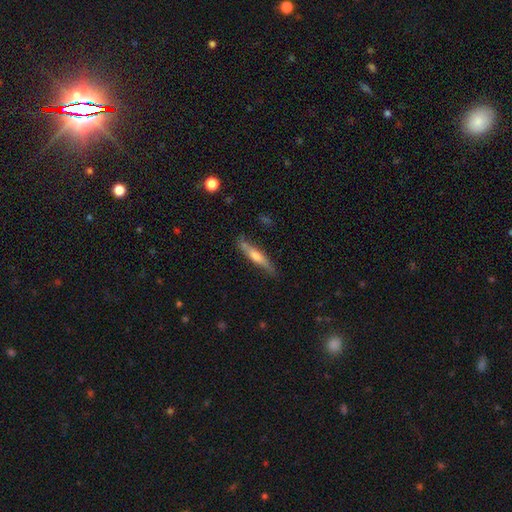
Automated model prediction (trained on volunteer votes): Smooth or featured: smooth — 50% (featured or disk — 44%)
How rounded: cigar-shaped — 88% (in between — 10%)
Merging: none — 79% (minor disturbance — 16%)